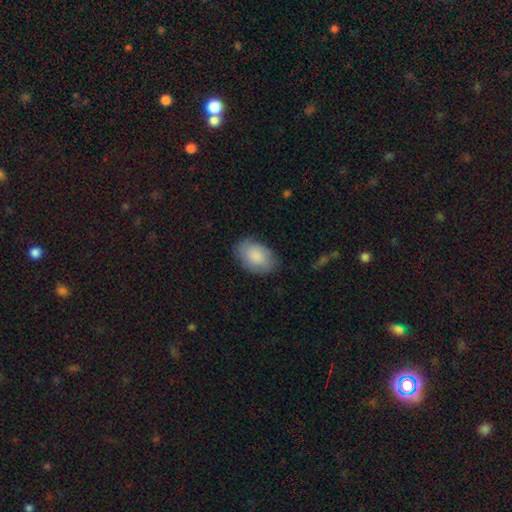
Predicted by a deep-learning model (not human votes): Morphology: type=smooth (84%); roundness=in between (90%); merging=none (80%).